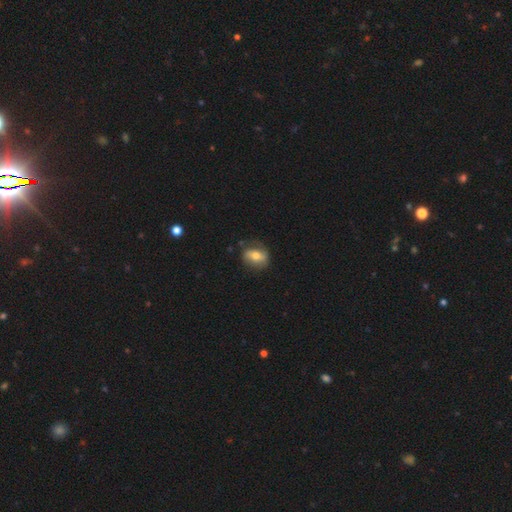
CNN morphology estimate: smooth 55%, featured or disk 37%, star or artifact 8%. Down the decision tree: how rounded — in between (61%); merging — none (70%).